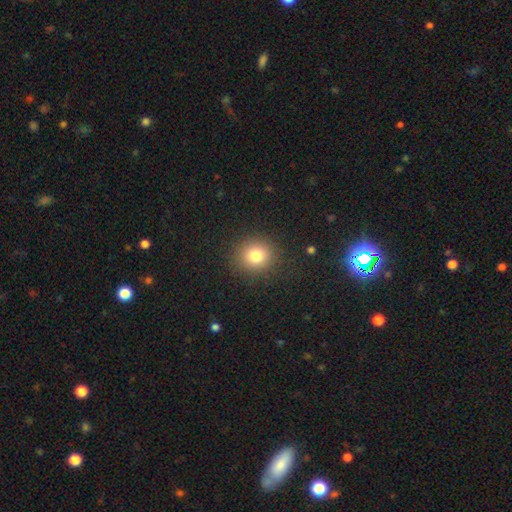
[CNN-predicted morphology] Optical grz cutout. It shows a smooth galaxy with no disk features (79%) that is round (86%). Merging: none (88%).